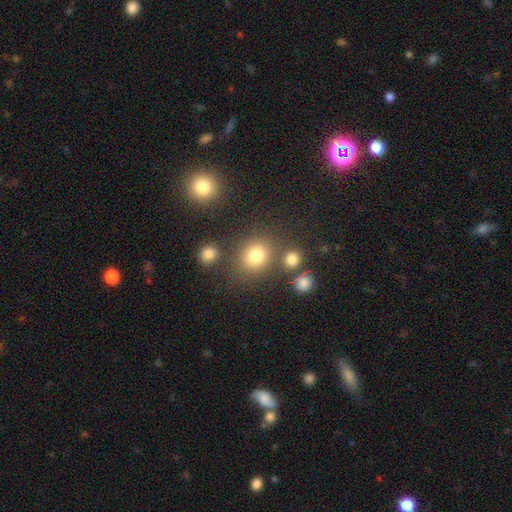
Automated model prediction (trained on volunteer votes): This is likely a smooth galaxy (79%). How rounded: likely round (73%). Merging: likely none (73%).